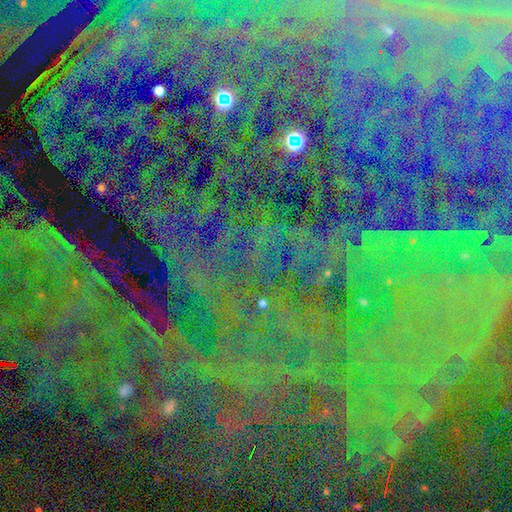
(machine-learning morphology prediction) This is clearly a star or artifact rather than a galaxy (86%).